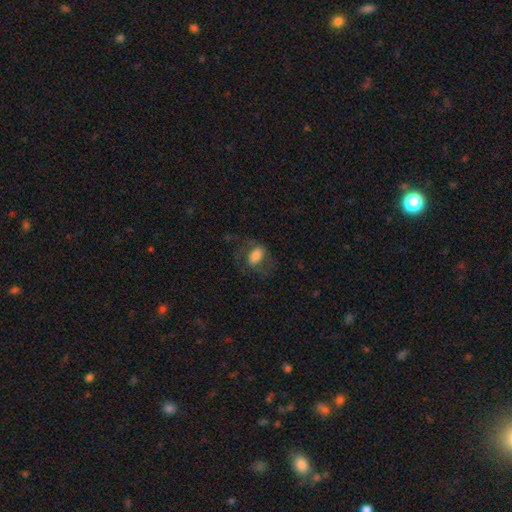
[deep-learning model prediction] A smooth galaxy with no disk features (55%) that is in between round and cigar-shaped (82%).

Vote fractions:
- Smooth or featured? smooth: 55% / featured or disk: 36% / star or artifact: 9%
- How rounded? in between: 82% / round: 15% / cigar-shaped: 3%
- Merging? none: 55% / major disturbance: 25% / minor disturbance: 19% / merger: 1%